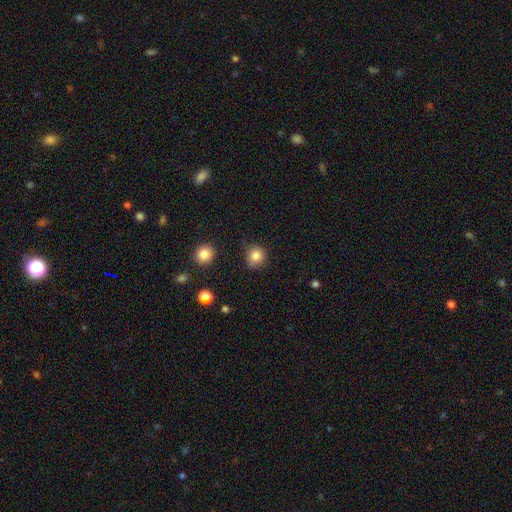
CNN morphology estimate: smooth_or_featured: smooth (p=0.84) [alt: star or artifact p=0.11]
how_rounded: round (p=0.85) [alt: in between p=0.14]
merging: none (p=0.75) [alt: minor disturbance p=0.18]